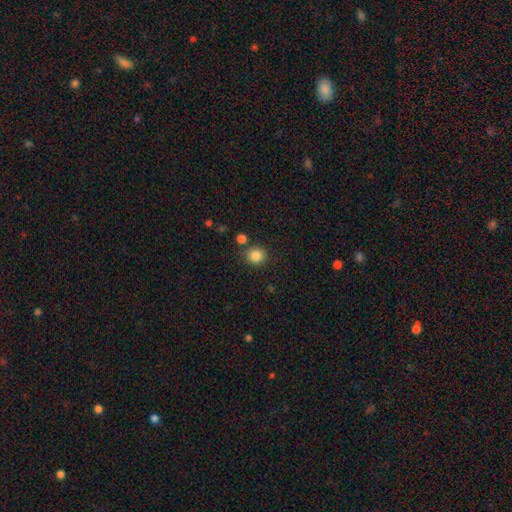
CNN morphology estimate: smooth_or_featured: smooth (p=0.85) [alt: star or artifact p=0.11]
how_rounded: round (p=0.88) [alt: in between p=0.11]
merging: none (p=0.81) [alt: minor disturbance p=0.09]